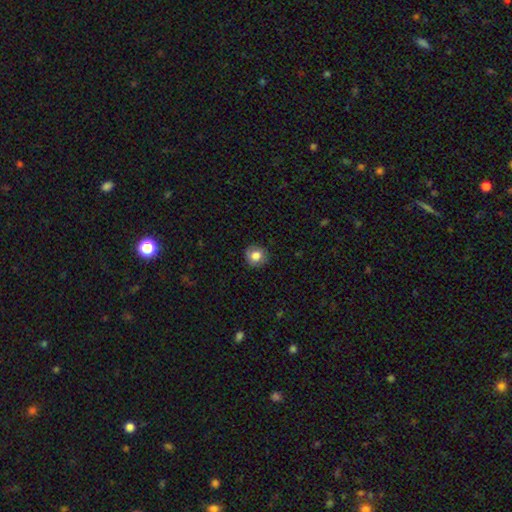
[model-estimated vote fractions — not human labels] smooth 79%, featured or disk 12%, star or artifact 9%. Down the decision tree: how rounded — round (87%); merging — none (84%).